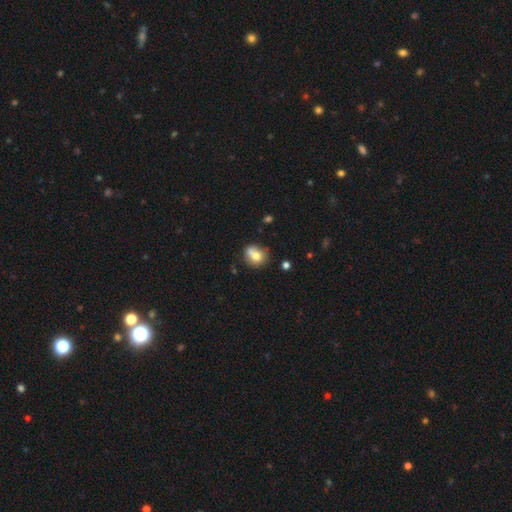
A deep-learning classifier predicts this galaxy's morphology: Overall: smooth (71%). How rounded: round (66%; in between 33%). Merging: none (49%; merger 25%).